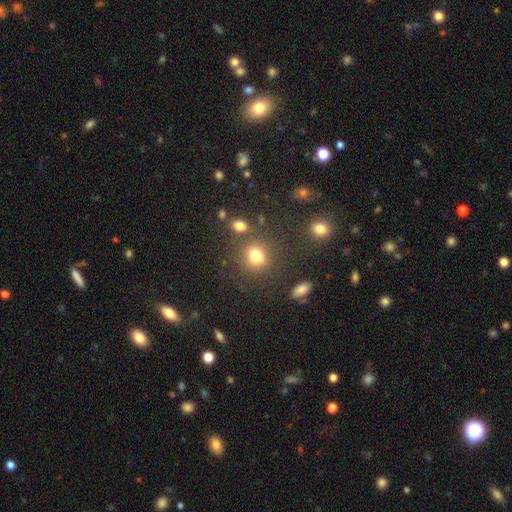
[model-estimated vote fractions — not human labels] smooth-or-featured: smooth: 79% | star or artifact: 14% | featured or disk: 7%
  how-rounded: round: 58% | in between: 40% | cigar-shaped: 2%
  merging: none: 70% | minor disturbance: 13% | merger: 11% | major disturbance: 6%